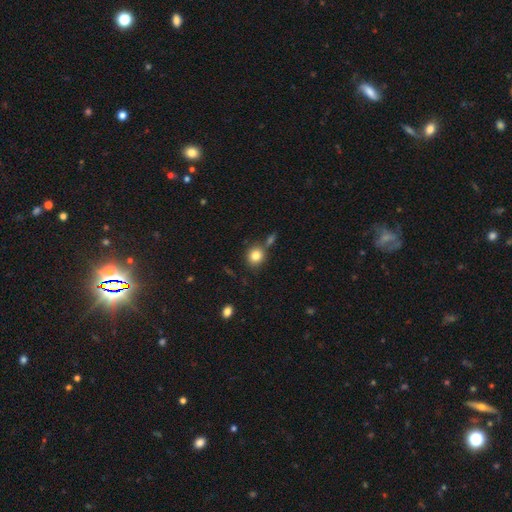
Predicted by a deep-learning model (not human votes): smooth 82%, star or artifact 10%, featured or disk 8%. Down the decision tree: how rounded — round (81%); merging — none (72%).